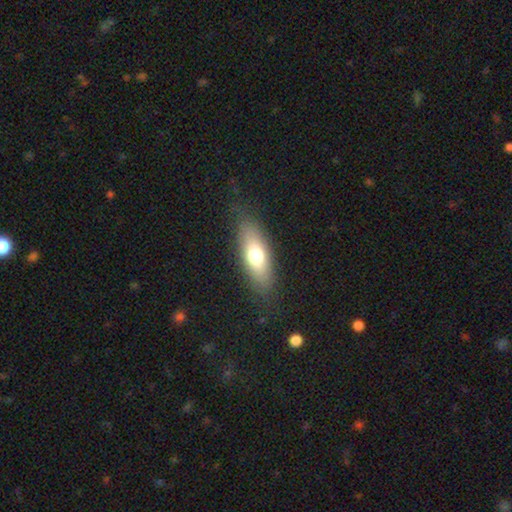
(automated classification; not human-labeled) A smooth galaxy with no disk features (68%) that is in between round and cigar-shaped (71%). Merging: none (81%).